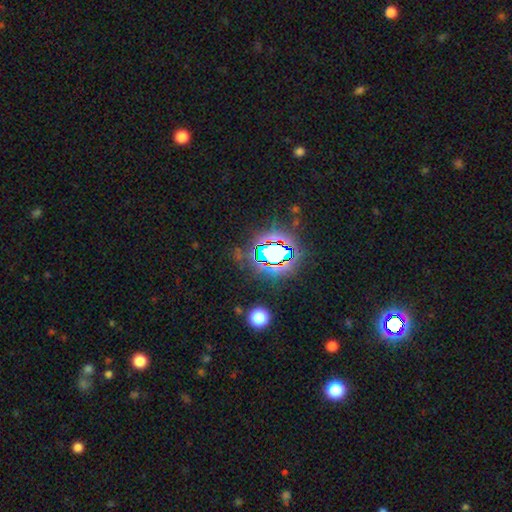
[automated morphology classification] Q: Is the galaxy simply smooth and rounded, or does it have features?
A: star or artifact — 79%.